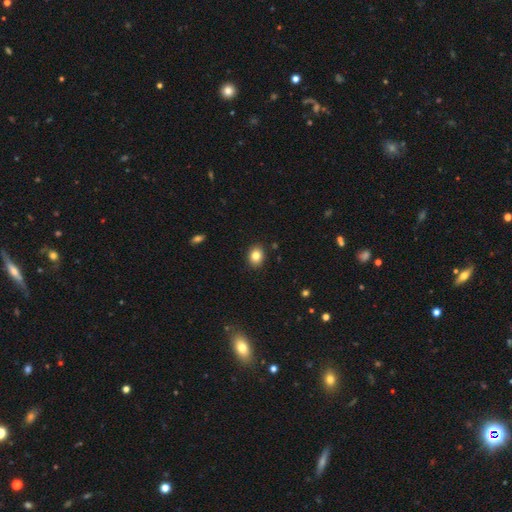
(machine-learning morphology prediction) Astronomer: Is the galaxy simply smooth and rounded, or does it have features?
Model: smooth — 83%.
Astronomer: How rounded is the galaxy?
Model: in between — 53% (runner-up: round, 46%).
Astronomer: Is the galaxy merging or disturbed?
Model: none — 90%.